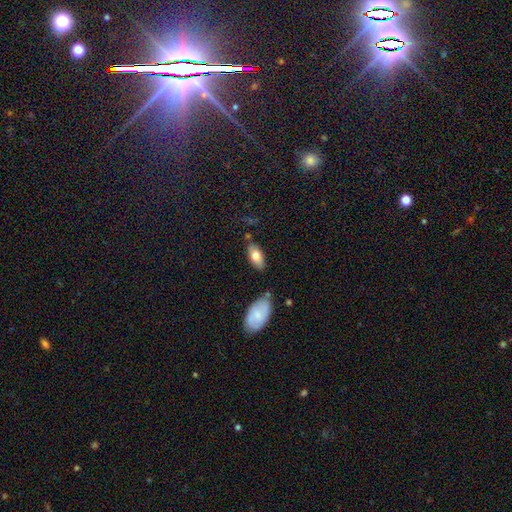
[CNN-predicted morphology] Smooth or featured?
  - smooth: 77% *
  - featured or disk: 17%
  - star or artifact: 6%
How rounded?
  - in between: 90% *
  - cigar-shaped: 7%
  - round: 3%
Merging?
  - none: 74% *
  - minor disturbance: 16%
  - merger: 6%
  - major disturbance: 4%